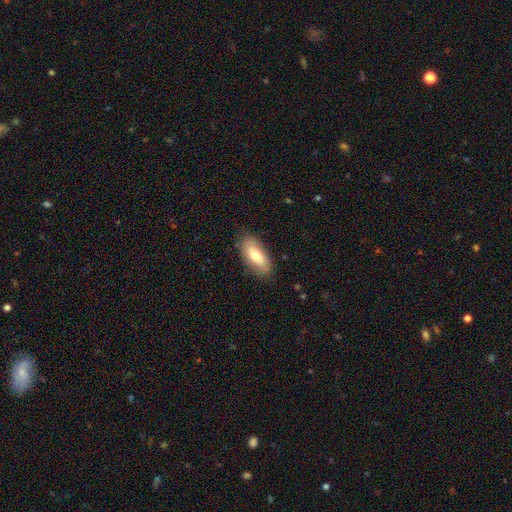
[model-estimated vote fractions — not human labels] smooth-or-featured: smooth: 72% | featured or disk: 22% | star or artifact: 6%
  how-rounded: in between: 84% | cigar-shaped: 13% | round: 3%
  merging: none: 83% | minor disturbance: 13% | major disturbance: 3% | merger: 1%